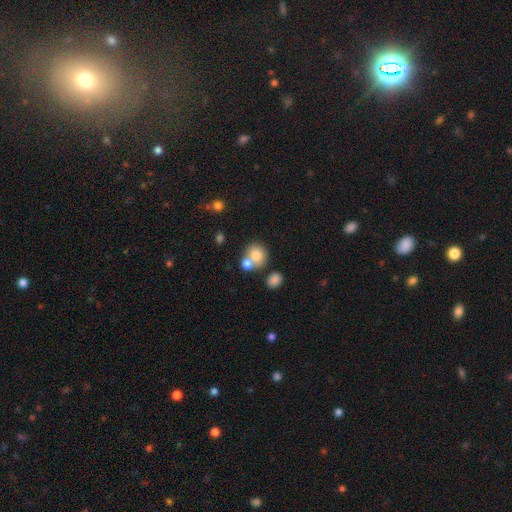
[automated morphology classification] Overall: smooth (76%). How rounded: round (81%). Merging: none (46%; merger 43%).